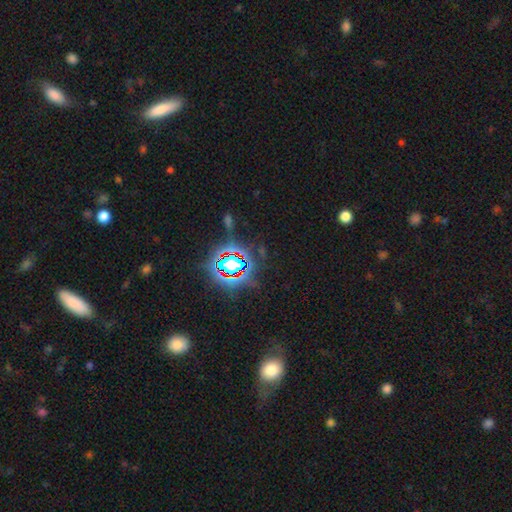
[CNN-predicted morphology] type=star or artifact (79%).